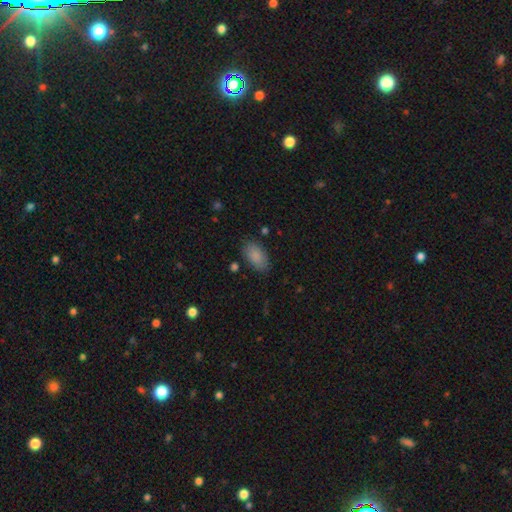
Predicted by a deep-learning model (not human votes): Q: Smooth or featured?
A: smooth (87%); runner-up: star or artifact (7%)
Q: How rounded?
A: in between (93%); runner-up: round (4%)
Q: Merging?
A: none (82%); runner-up: minor disturbance (13%)